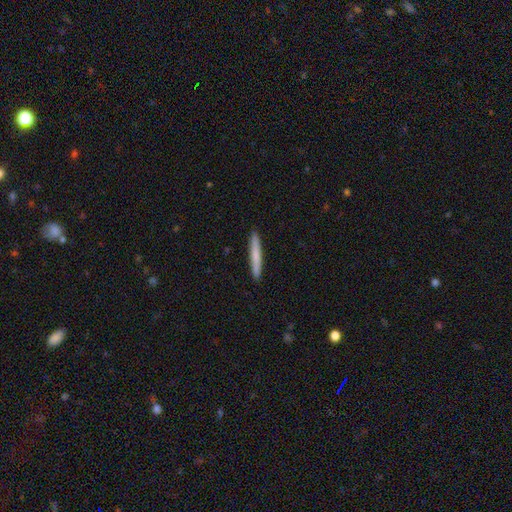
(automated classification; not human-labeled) Morphology: type=smooth (72%); roundness=cigar-shaped (96%); merging=none (93%).